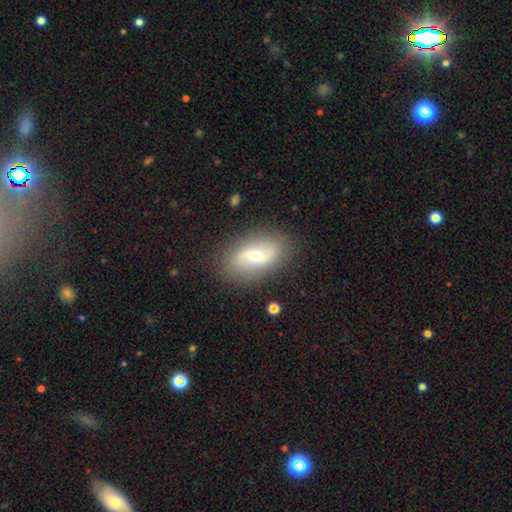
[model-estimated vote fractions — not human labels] smooth-or-featured: featured or disk: 59% | smooth: 33% | star or artifact: 8%
  disk-edge-on: no: 92% | yes: 8%
    bar: no: 42% | weak: 39% | strong: 19%
    has-spiral-arms: yes: 72% | no: 28%
    bulge-size: moderate: 52% | small: 44% | large: 3% | dominant: 1% | none: 1%
  merging: none: 85% | minor disturbance: 10% | major disturbance: 3% | merger: 1%